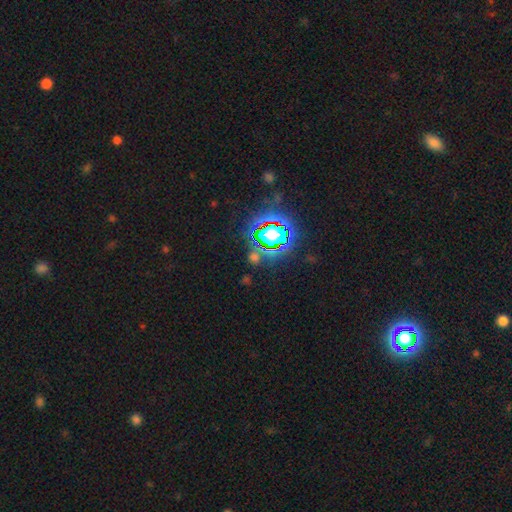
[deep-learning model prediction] Smooth or featured?
  - star or artifact: 74% *
  - smooth: 17%
  - featured or disk: 9%